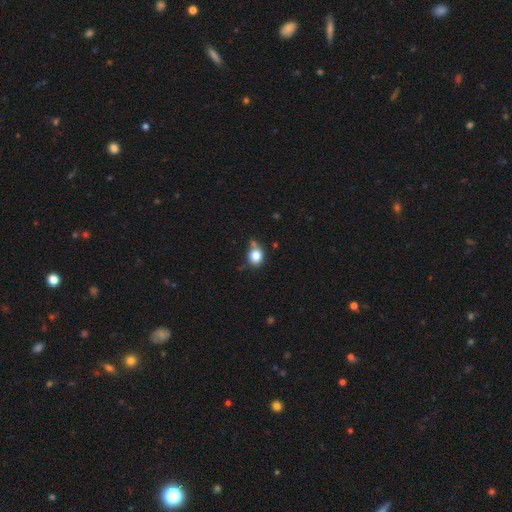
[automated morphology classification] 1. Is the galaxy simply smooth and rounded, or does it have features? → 81% smooth, 11% star or artifact, 8% featured or disk.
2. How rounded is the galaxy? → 67% round, 32% in between, 1% cigar-shaped.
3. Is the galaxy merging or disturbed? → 59% none, 24% minor disturbance, 12% merger, 6% major disturbance.